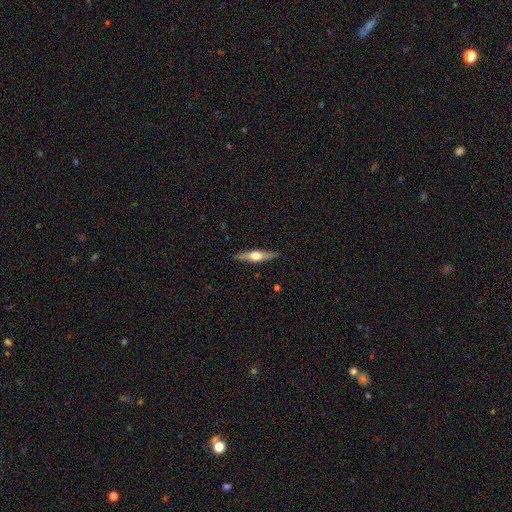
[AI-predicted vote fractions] Smooth or featured? Predicted: featured or disk (p=0.63). Edge-on disk? Predicted: yes (p=0.95). Edge-on bulge? Predicted: rounded (p=0.94). Merging? Predicted: none (p=0.90).